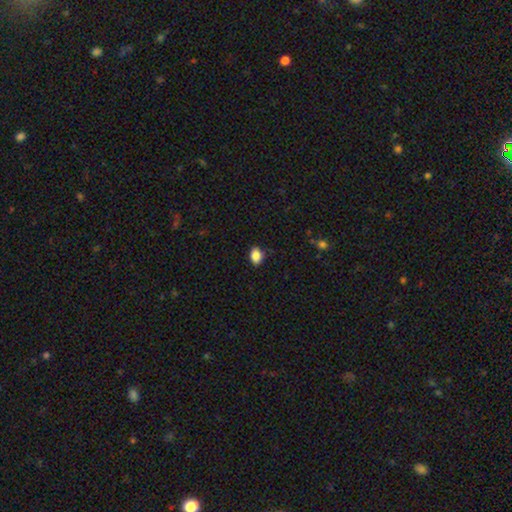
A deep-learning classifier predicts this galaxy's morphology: The model was most divided on "how rounded": in between: 74%, round: 24%, cigar-shaped: 1%. More confident: smooth or featured — smooth (86%); merging — none (83%).